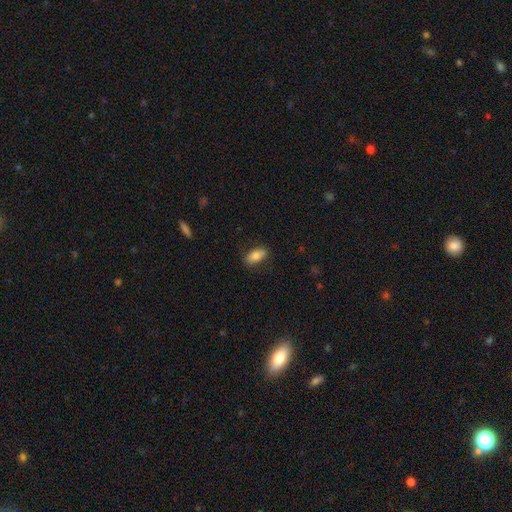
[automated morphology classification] smooth_or_featured: smooth (p=0.79) [alt: featured or disk p=0.14]
how_rounded: in between (p=0.88) [alt: cigar-shaped p=0.08]
merging: none (p=0.83) [alt: minor disturbance p=0.13]